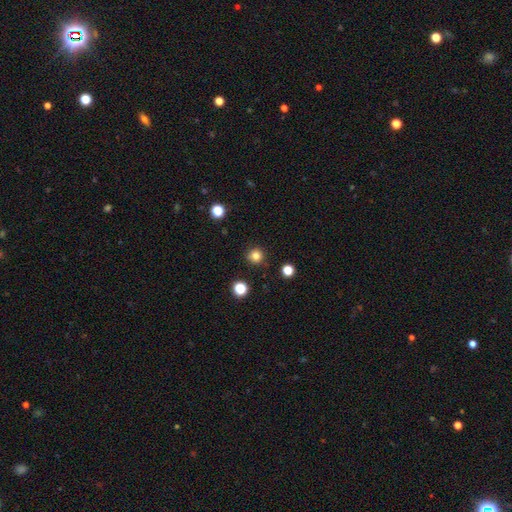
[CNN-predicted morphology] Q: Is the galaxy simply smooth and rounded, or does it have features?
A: smooth — 81%.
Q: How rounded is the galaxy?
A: round — 94%.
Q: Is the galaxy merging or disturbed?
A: none — 89%.